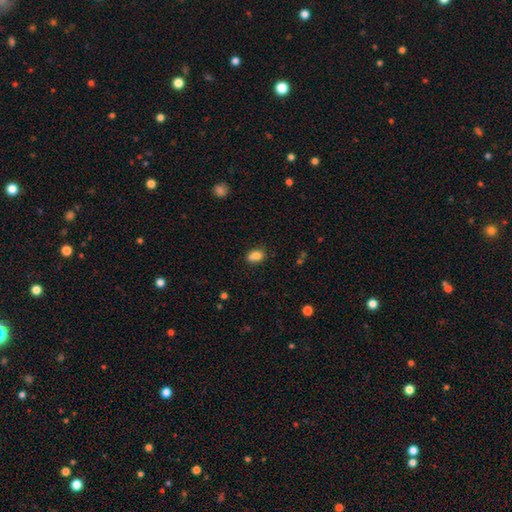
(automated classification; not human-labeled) Smooth or featured? Predicted: smooth (p=0.79). How rounded? Predicted: in between (p=0.68). Merging? Predicted: none (p=0.52).